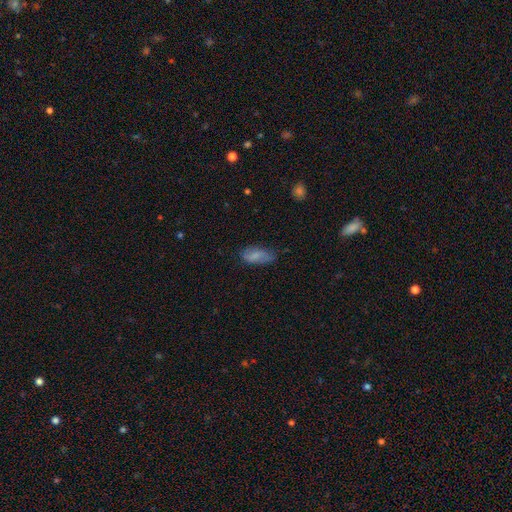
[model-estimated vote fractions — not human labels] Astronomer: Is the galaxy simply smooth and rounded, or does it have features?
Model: smooth — 72%.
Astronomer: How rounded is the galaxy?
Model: in between — 85%.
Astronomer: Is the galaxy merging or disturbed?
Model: none — 60%.